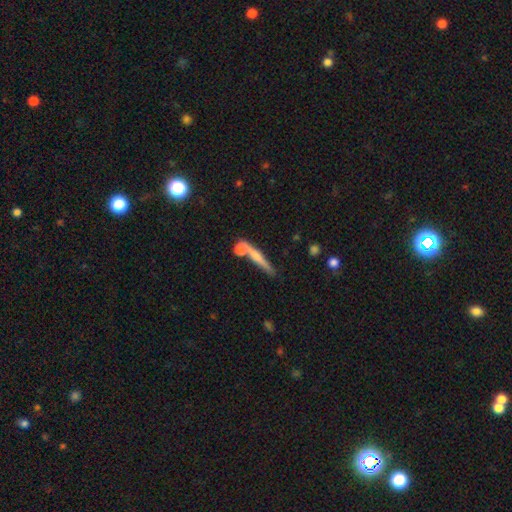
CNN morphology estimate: Smooth or featured? Predicted: smooth (p=0.59). How rounded? Predicted: cigar-shaped (p=0.81). Merging? Predicted: none (p=0.54).